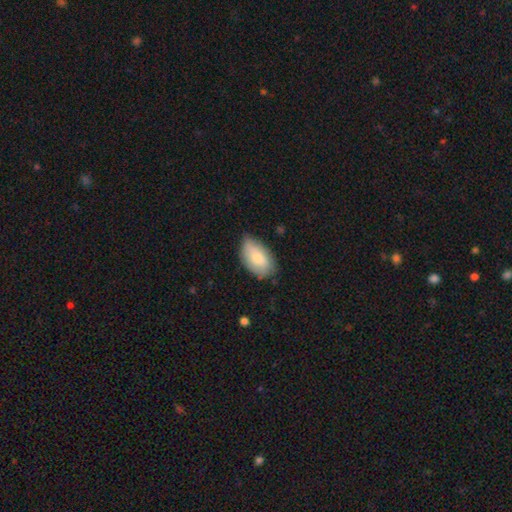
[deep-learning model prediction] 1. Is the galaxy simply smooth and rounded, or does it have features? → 76% smooth, 18% featured or disk, 6% star or artifact.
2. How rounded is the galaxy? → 94% in between, 5% round, 2% cigar-shaped.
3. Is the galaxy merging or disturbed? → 65% none, 29% minor disturbance, 5% major disturbance, 2% merger.